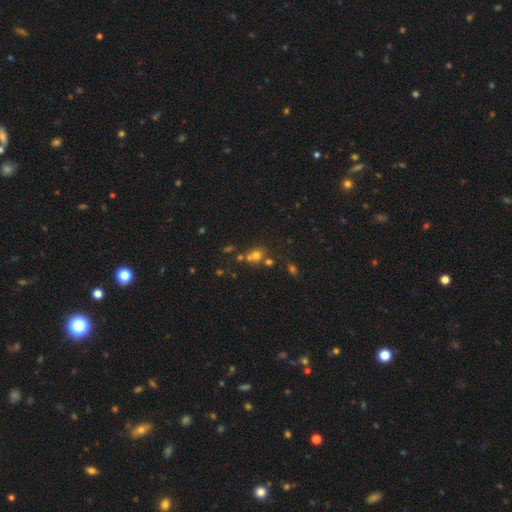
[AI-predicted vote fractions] Smooth or featured: smooth — 63% (star or artifact — 22%)
How rounded: round — 73% (in between — 26%)
Merging: none — 47% (merger — 37%)